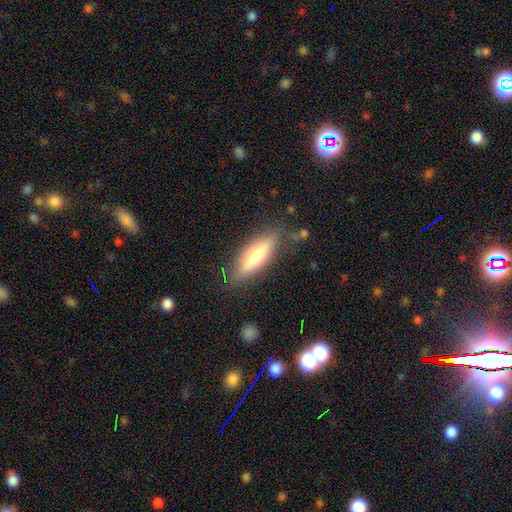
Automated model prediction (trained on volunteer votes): The model was most divided on "smooth or featured": smooth: 58%, featured or disk: 35%, star or artifact: 7%. More confident: merging — none (82%); how rounded — cigar-shaped (61%).